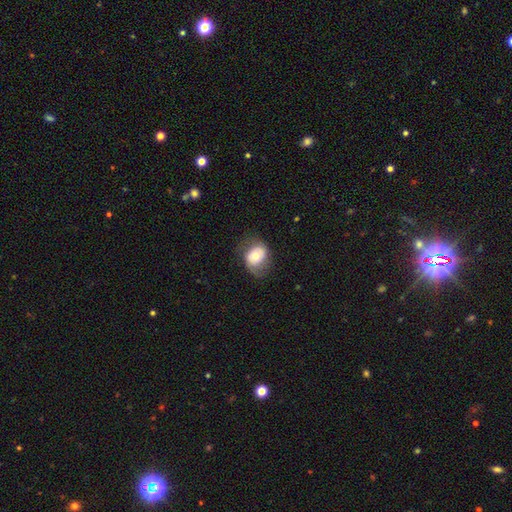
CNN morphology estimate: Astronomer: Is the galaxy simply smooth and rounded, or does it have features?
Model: smooth — 54% (runner-up: featured or disk, 38%).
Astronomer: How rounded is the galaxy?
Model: in between — 52% (runner-up: round, 47%).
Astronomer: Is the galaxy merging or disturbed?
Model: none — 59%.